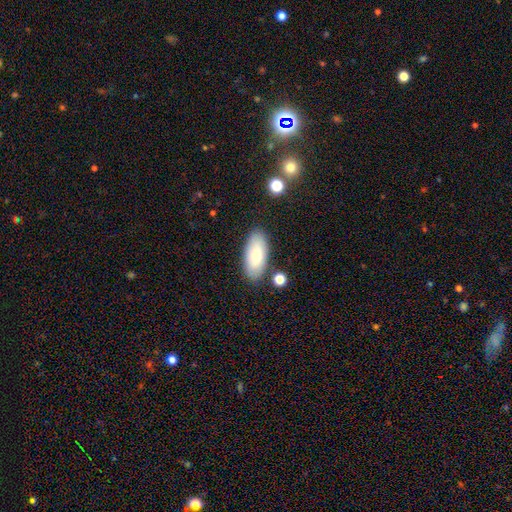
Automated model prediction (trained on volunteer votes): Smooth or featured?
  - smooth: 75% *
  - featured or disk: 18%
  - star or artifact: 7%
How rounded?
  - in between: 87% *
  - cigar-shaped: 10%
  - round: 2%
Merging?
  - none: 82% *
  - minor disturbance: 11%
  - merger: 4%
  - major disturbance: 3%